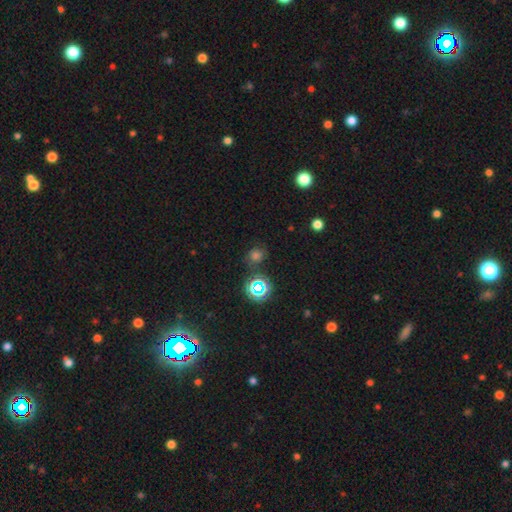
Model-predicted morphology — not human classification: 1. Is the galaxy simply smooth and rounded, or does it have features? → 52% smooth, 40% star or artifact, 8% featured or disk.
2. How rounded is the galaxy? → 80% round, 19% in between, 1% cigar-shaped.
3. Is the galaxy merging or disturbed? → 77% none, 12% minor disturbance, 7% merger, 5% major disturbance.